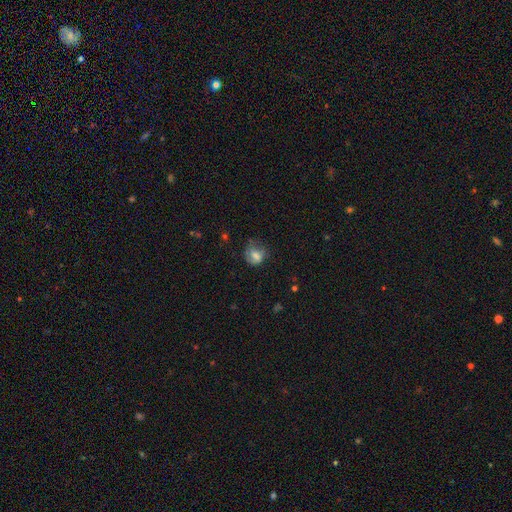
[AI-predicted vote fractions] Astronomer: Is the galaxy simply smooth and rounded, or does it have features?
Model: smooth — 68%.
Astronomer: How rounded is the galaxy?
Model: round — 65%.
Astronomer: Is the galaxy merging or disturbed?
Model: none — 49% (runner-up: minor disturbance, 29%).